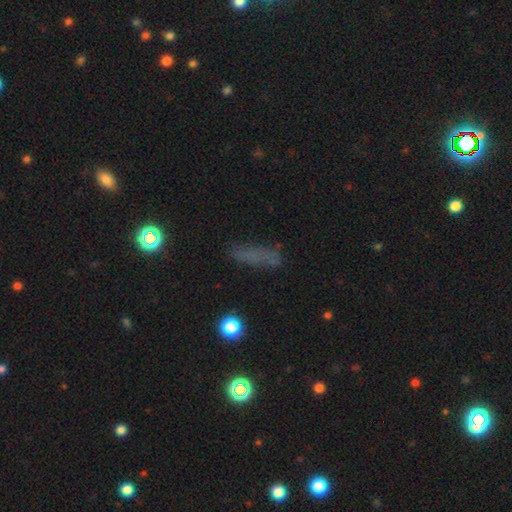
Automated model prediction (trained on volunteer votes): Smooth or featured? smooth (63%)
How rounded? cigar-shaped (66%)
Merging? none (70%)